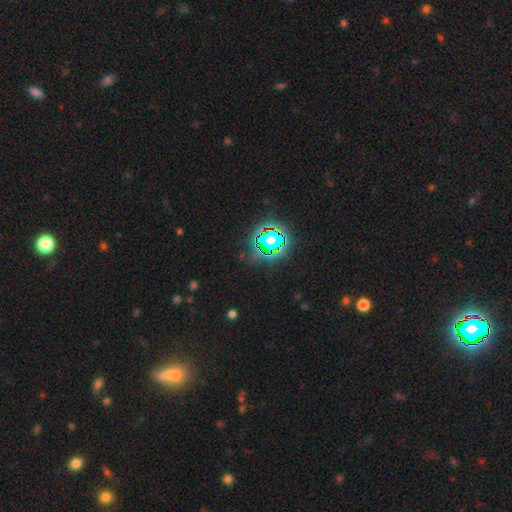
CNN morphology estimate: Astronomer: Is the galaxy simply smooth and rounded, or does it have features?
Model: star or artifact — 79%.